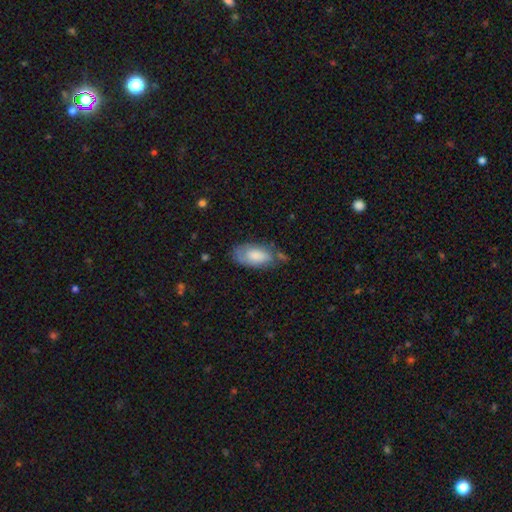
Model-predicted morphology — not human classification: A smooth galaxy with no disk features (73%) that is in between round and cigar-shaped (93%).

Vote fractions:
- Smooth or featured? smooth: 73% / featured or disk: 21% / star or artifact: 6%
- How rounded? in between: 93% / cigar-shaped: 5% / round: 3%
- Merging? none: 52% / minor disturbance: 32% / major disturbance: 11% / merger: 6%